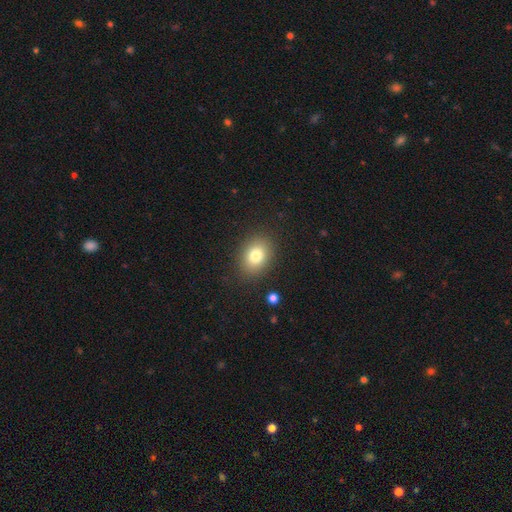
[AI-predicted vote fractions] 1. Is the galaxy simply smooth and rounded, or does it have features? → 80% smooth, 10% star or artifact, 10% featured or disk.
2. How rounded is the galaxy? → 66% in between, 33% round, 1% cigar-shaped.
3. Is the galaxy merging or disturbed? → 87% none, 9% minor disturbance, 3% major disturbance, 1% merger.